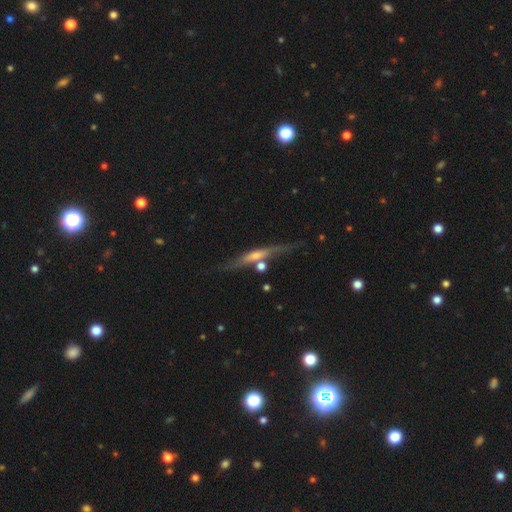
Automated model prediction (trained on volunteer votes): A featured or disk galaxy (63%) viewed edge-on (91%) with a rounded central bulge (56%).

Vote fractions:
- Smooth or featured? featured or disk: 63% / smooth: 30% / star or artifact: 7%
- Edge-on disk? yes: 91% / no: 9%
- Edge-on bulge? rounded: 56% / none: 32% / boxy: 12%
- Merging? none: 69% / minor disturbance: 16% / merger: 10% / major disturbance: 5%